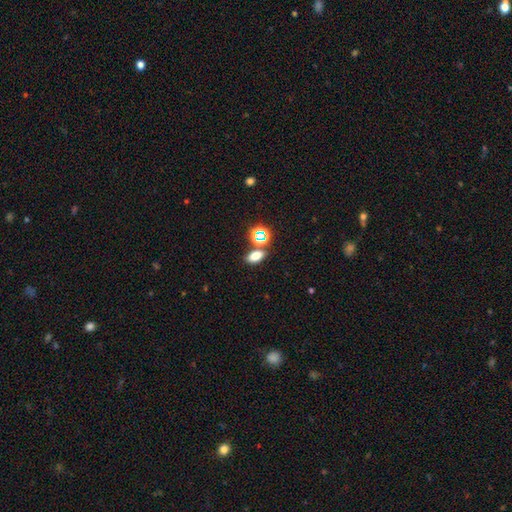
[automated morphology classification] smooth-or-featured: smooth: 71% | star or artifact: 20% | featured or disk: 8%
  how-rounded: in between: 80% | round: 16% | cigar-shaped: 4%
  merging: none: 72% | merger: 15% | minor disturbance: 10% | major disturbance: 4%